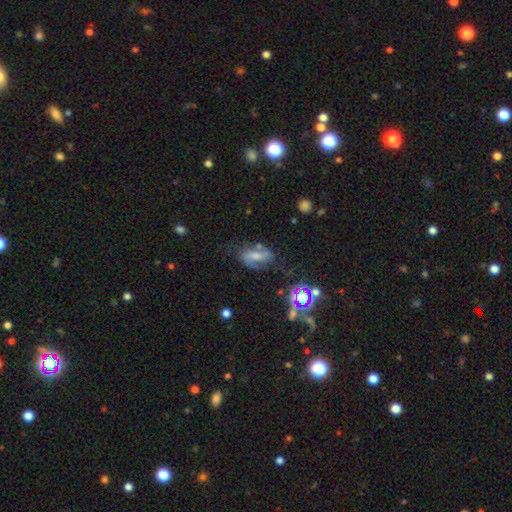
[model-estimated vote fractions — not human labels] This is likely a featured or disk galaxy (68%). It is clearly not viewed edge-on (95%). Bar: marginally weak (43%). Spiral arm pattern: clearly yes (90%). Spiral arm count: clearly 2 (86%). Spiral winding: marginally medium (44%). Central bulge: marginally moderate (38%). Merging: possibly none (58%).